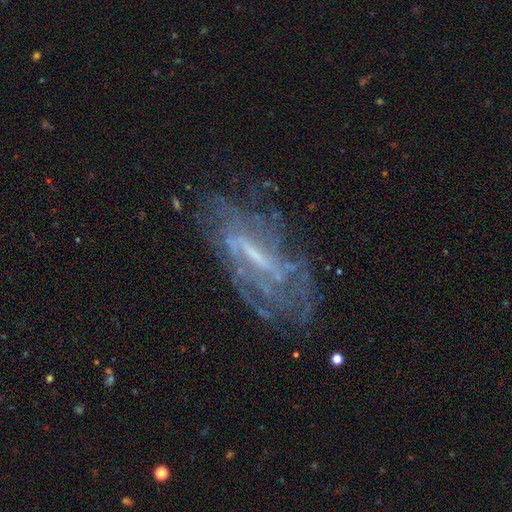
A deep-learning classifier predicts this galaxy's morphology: smooth-or-featured: featured or disk: 78% | smooth: 11% | star or artifact: 11%
  disk-edge-on: no: 83% | yes: 17%
    bar: strong: 42% | weak: 40% | no: 18%
    has-spiral-arms: yes: 73% | no: 27%
    bulge-size: small: 42% | moderate: 28% | none: 26% | large: 3% | dominant: 1%
  merging: none: 62% | minor disturbance: 19% | major disturbance: 16% | merger: 3%